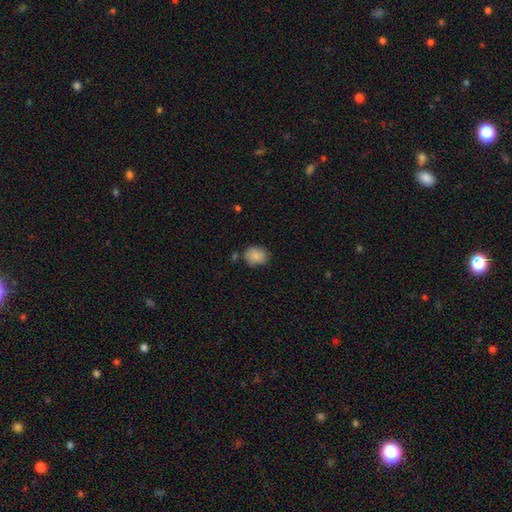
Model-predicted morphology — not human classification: The model was most divided on "how rounded": round: 58%, in between: 41%, cigar-shaped: 1%. More confident: smooth or featured — smooth (86%); merging — none (73%).